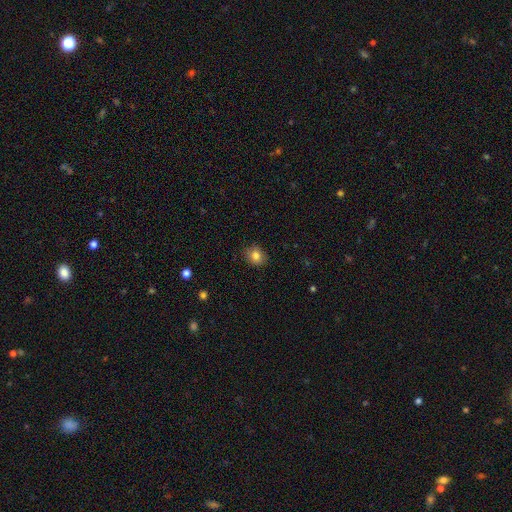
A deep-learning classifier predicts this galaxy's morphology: Smooth or featured: smooth — 82% (star or artifact — 11%)
How rounded: round — 64% (in between — 35%)
Merging: none — 87% (minor disturbance — 10%)